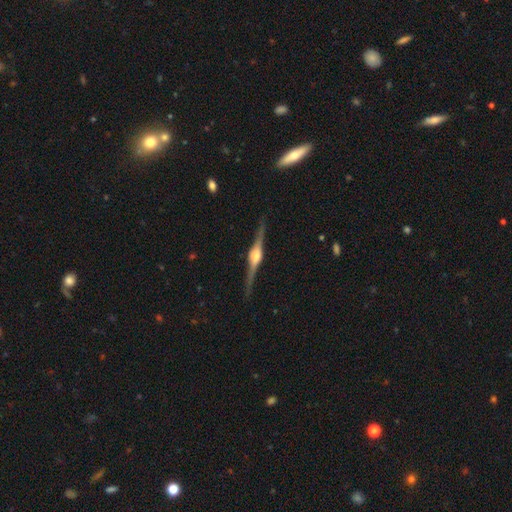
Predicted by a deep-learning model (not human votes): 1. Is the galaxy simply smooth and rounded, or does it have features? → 87% featured or disk, 8% smooth, 5% star or artifact.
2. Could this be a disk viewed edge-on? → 98% yes, 2% no.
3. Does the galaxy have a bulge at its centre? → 90% rounded, 9% boxy, 2% none.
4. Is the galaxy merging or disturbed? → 90% none, 7% minor disturbance, 2% major disturbance, 1% merger.